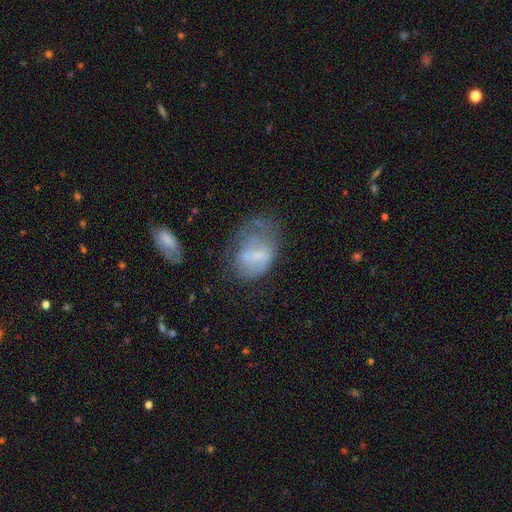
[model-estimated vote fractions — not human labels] A smooth galaxy with no disk features (50%). Merging: major disturbance (33%).